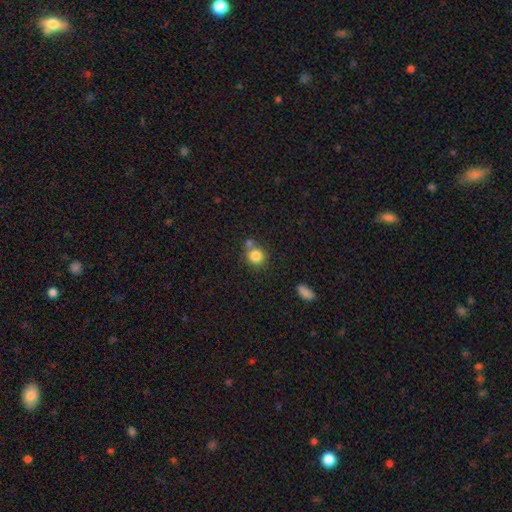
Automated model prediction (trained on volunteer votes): Morphology: type=smooth (83%); roundness=round (87%); merging=none (59%).